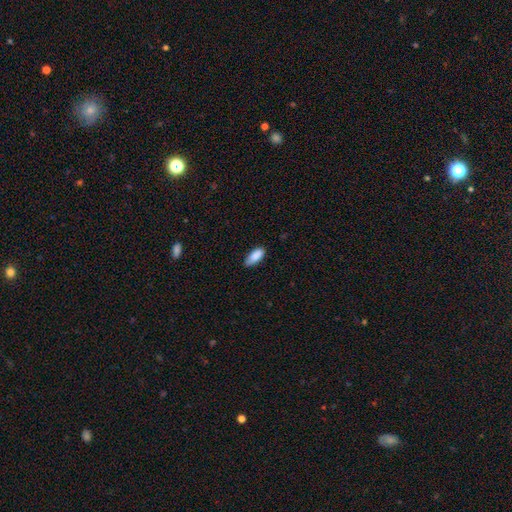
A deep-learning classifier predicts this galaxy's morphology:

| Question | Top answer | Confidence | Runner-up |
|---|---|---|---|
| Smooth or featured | smooth | 88% | star or artifact (6%) |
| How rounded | in between | 82% | cigar-shaped (16%) |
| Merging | none | 76% | minor disturbance (20%) |